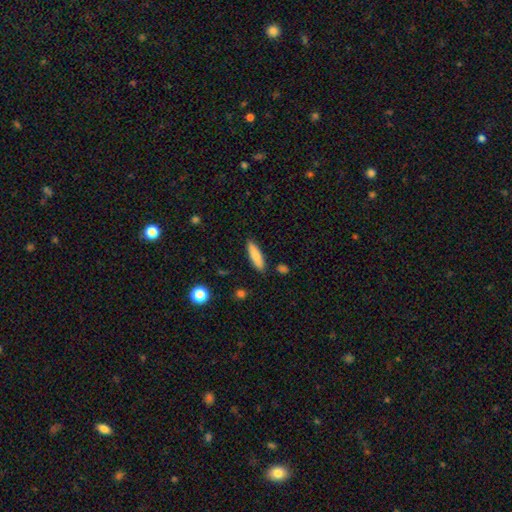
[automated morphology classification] type=smooth (79%); roundness=cigar-shaped (51%); merging=none (86%).